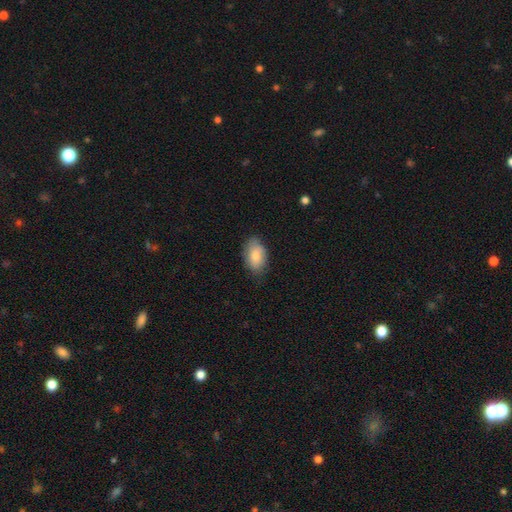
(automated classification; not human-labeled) smooth_or_featured: smooth (p=0.82) [alt: featured or disk p=0.11]
how_rounded: in between (p=0.92) [alt: round p=0.06]
merging: none (p=0.76) [alt: minor disturbance p=0.19]